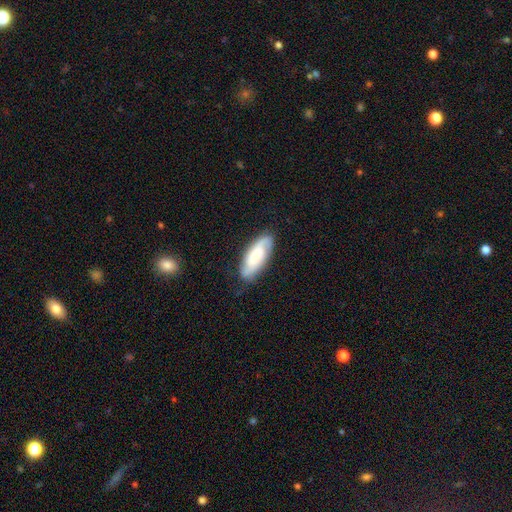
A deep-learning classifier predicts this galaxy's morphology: Smooth or featured: featured or disk — 53% (smooth — 40%)
Edge-on disk: no — 87% (yes — 13%)
Merging: none — 76% (minor disturbance — 18%)